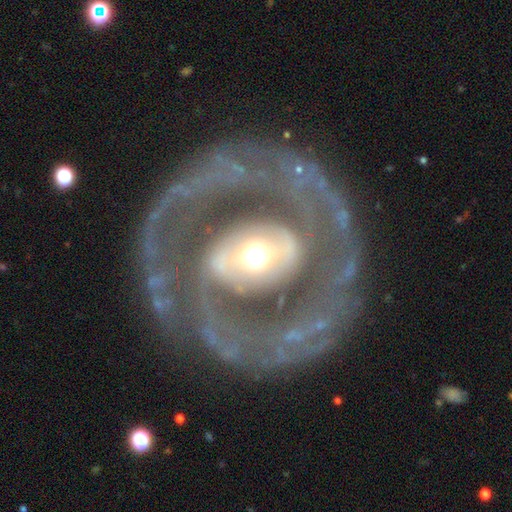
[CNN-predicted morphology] The model was most divided on "spiral winding" (2-way tie): tight: 41%, medium: 41%, loose: 18%. Remaining: edge-on disk — no (96%); spiral arms — yes (90%); smooth or featured — featured or disk (89%); merging — none (75%); spiral arm count — 2 (66%); bulge size — moderate (58%); bar — no (36%).